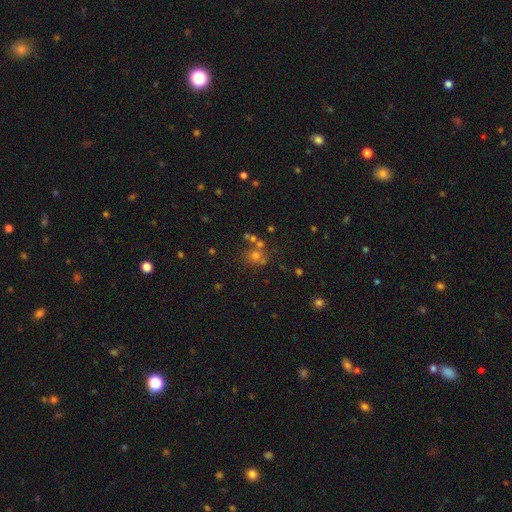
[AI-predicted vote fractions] smooth 53%, star or artifact 33%, featured or disk 14%. Down the decision tree: how rounded — round (82%); merging — none (59%).